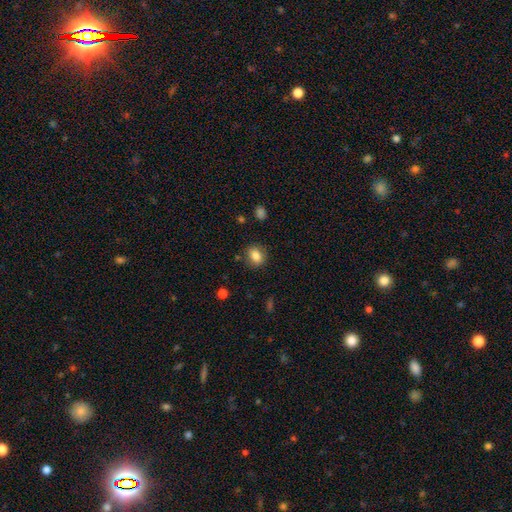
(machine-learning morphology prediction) smooth 84%, star or artifact 9%, featured or disk 7%. Down the decision tree: how rounded — in between (51%); merging — none (84%).